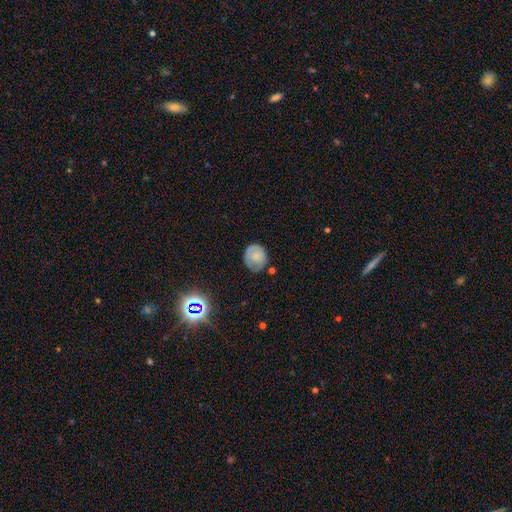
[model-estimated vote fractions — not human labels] Smooth or featured? smooth (65%)
How rounded? round (65%)
Merging? none (63%)